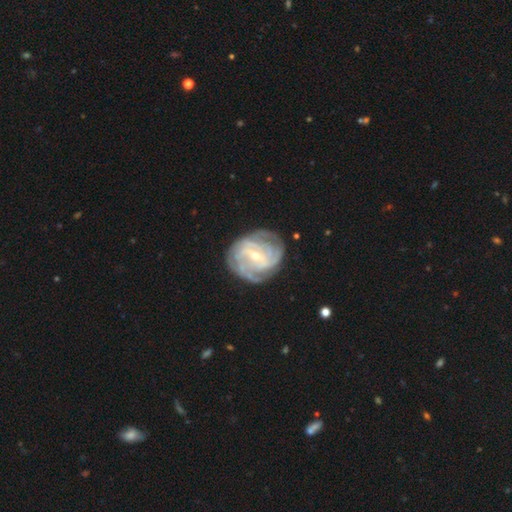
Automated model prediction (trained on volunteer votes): Q: Smooth or featured?
A: featured or disk (87%); runner-up: smooth (8%)
Q: Edge-on disk?
A: no (97%); runner-up: yes (3%)
Q: Bar?
A: weak (53%); runner-up: strong (26%)
Q: Spiral arms?
A: yes (95%); runner-up: no (5%)
Q: Spiral winding?
A: tight (63%); runner-up: medium (29%)
Q: Spiral arm count?
A: can't tell (31%); runner-up: 4 (19%)
Q: Bulge size?
A: small (63%); runner-up: moderate (34%)
Q: Merging?
A: none (73%); runner-up: minor disturbance (18%)